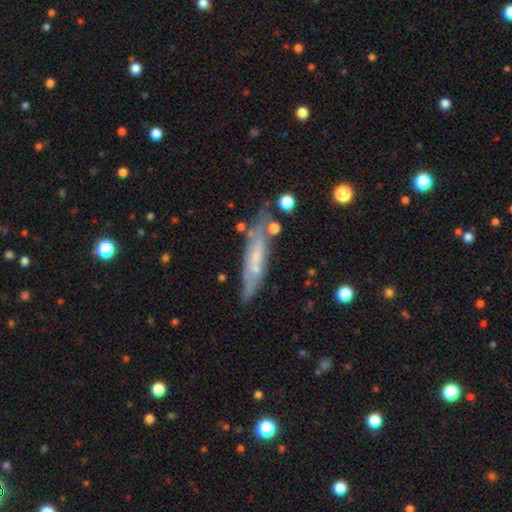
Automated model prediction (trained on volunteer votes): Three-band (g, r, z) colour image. It shows a featured or disk galaxy (51%) viewed edge-on (57%). Merging: none (60%).